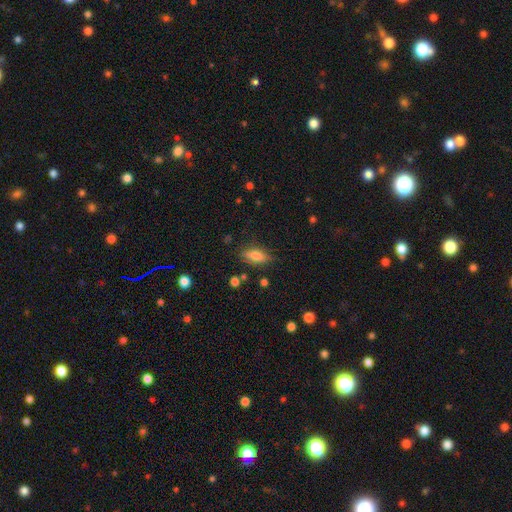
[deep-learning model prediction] Q: Smooth or featured?
A: smooth (71%); runner-up: featured or disk (20%)
Q: How rounded?
A: in between (72%); runner-up: cigar-shaped (24%)
Q: Merging?
A: none (80%); runner-up: minor disturbance (14%)